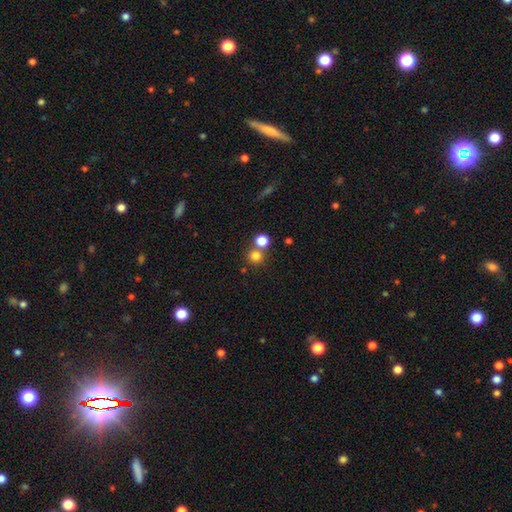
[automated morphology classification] Smooth or featured: smooth — 79% (star or artifact — 15%)
How rounded: round — 91% (in between — 8%)
Merging: none — 65% (merger — 26%)